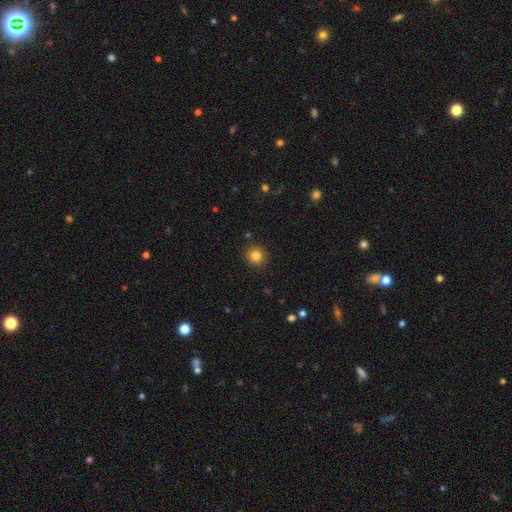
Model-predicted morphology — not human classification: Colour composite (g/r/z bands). It shows a smooth galaxy with no disk features (82%) that is round (93%). Merging: none (91%).